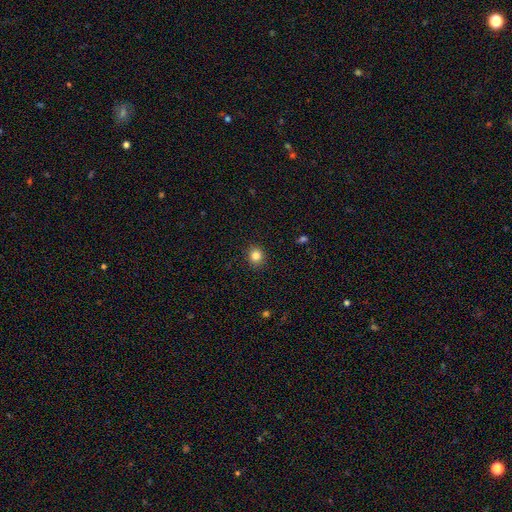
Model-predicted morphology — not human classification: type=smooth (84%); roundness=round (86%); merging=none (91%).